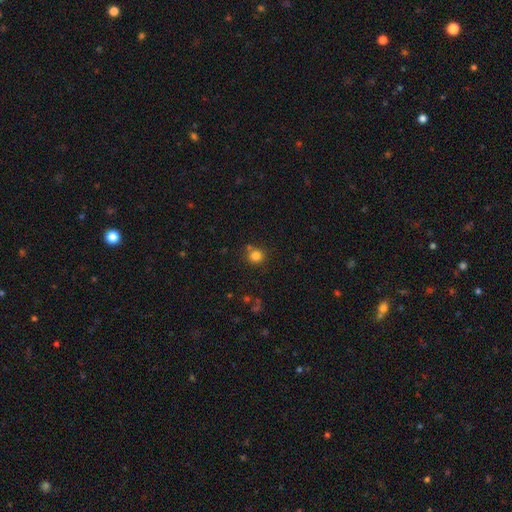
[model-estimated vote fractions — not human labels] Morphology: type=smooth (82%); roundness=round (91%); merging=none (77%).